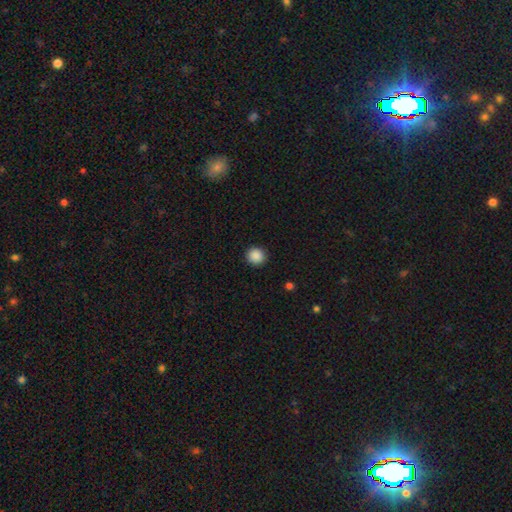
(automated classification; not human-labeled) smooth_or_featured: smooth (p=0.88) [alt: star or artifact p=0.09]
how_rounded: round (p=0.91) [alt: in between p=0.08]
merging: none (p=0.91) [alt: minor disturbance p=0.06]